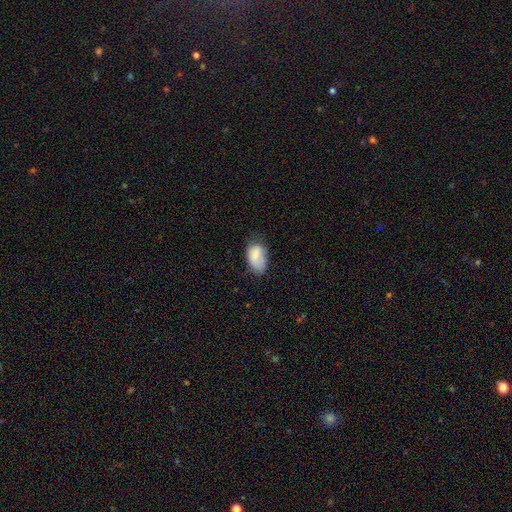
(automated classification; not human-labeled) Smooth or featured? smooth (82%)
How rounded? in between (94%)
Merging? none (51%)